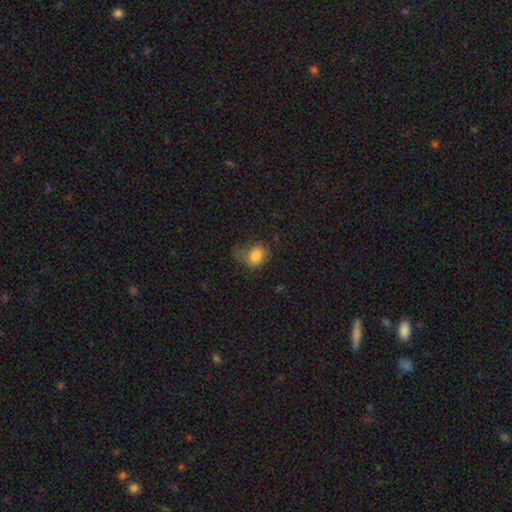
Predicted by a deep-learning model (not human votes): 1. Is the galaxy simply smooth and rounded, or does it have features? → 80% smooth, 11% featured or disk, 10% star or artifact.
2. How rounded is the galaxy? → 56% in between, 43% round, 1% cigar-shaped.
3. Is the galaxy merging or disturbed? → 39% none, 29% minor disturbance, 29% major disturbance, 2% merger.